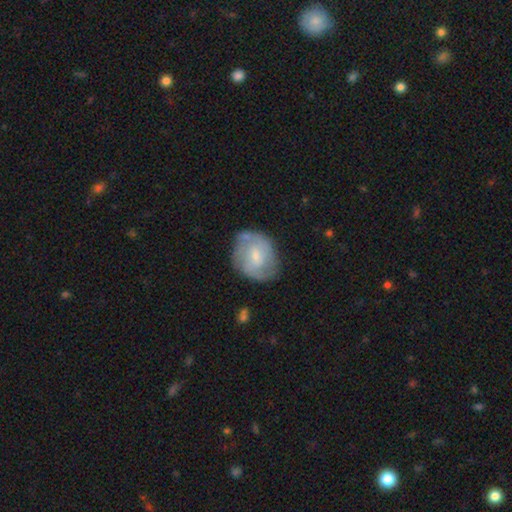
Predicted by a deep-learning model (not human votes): Overall: featured or disk (58%; smooth 36%). Edge-on disk: no (97%). Bar: weak (51%; no 38%). Spiral arms: yes (79%). Bulge size: small (57%; moderate 34%). Merging: none (64%).